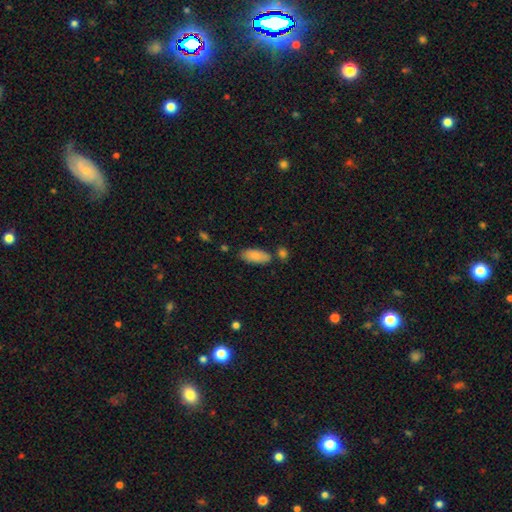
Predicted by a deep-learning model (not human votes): Smooth or featured?
  - smooth: 83% *
  - featured or disk: 10%
  - star or artifact: 6%
How rounded?
  - in between: 85% *
  - cigar-shaped: 13%
  - round: 2%
Merging?
  - none: 73% *
  - minor disturbance: 16%
  - merger: 8%
  - major disturbance: 3%